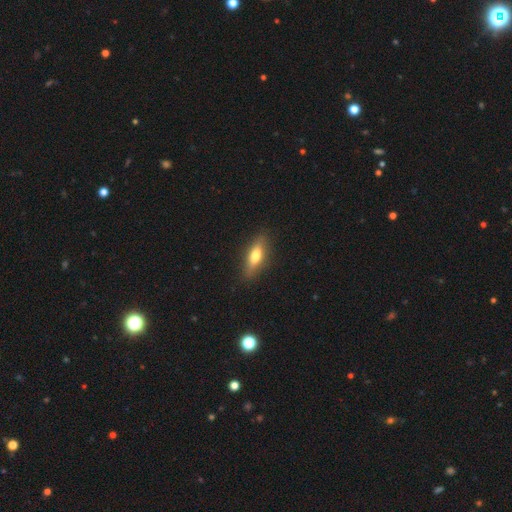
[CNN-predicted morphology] A smooth galaxy with no disk features (61%) that is in between round and cigar-shaped (52%). Merging: none (86%).